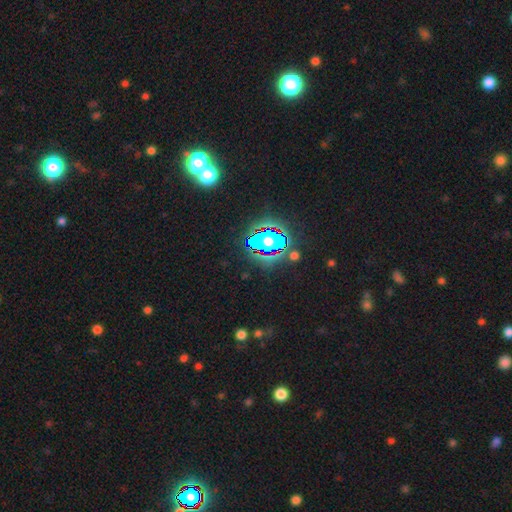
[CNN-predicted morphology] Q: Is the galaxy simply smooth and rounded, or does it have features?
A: star or artifact — 79%.